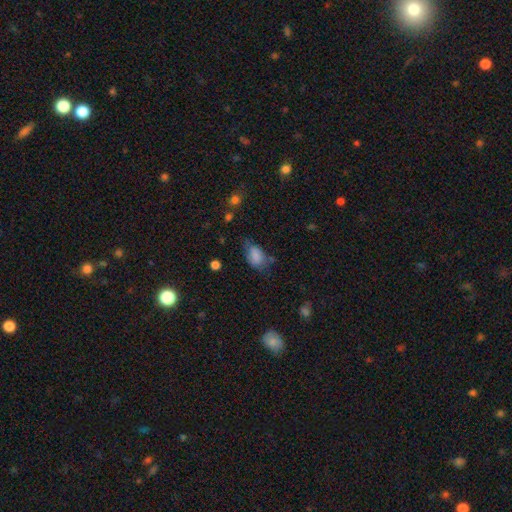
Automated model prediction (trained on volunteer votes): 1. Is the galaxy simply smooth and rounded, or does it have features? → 81% smooth, 10% featured or disk, 9% star or artifact.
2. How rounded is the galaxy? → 85% in between, 13% round, 2% cigar-shaped.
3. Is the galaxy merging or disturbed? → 44% none, 36% minor disturbance, 16% major disturbance, 4% merger.